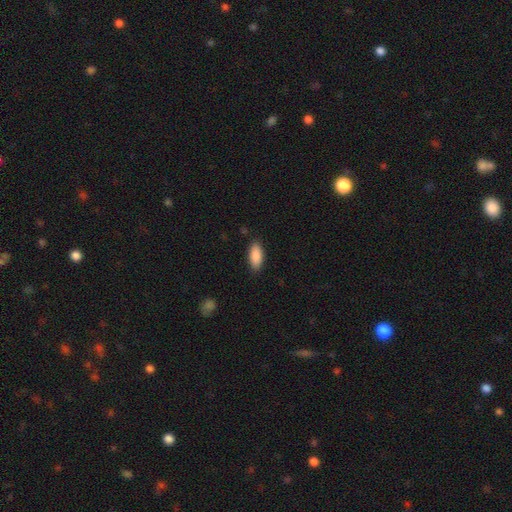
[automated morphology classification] Smooth or featured?
  - smooth: 89% *
  - star or artifact: 6%
  - featured or disk: 5%
How rounded?
  - in between: 85% *
  - cigar-shaped: 13%
  - round: 2%
Merging?
  - none: 86% *
  - minor disturbance: 11%
  - major disturbance: 2%
  - merger: 1%